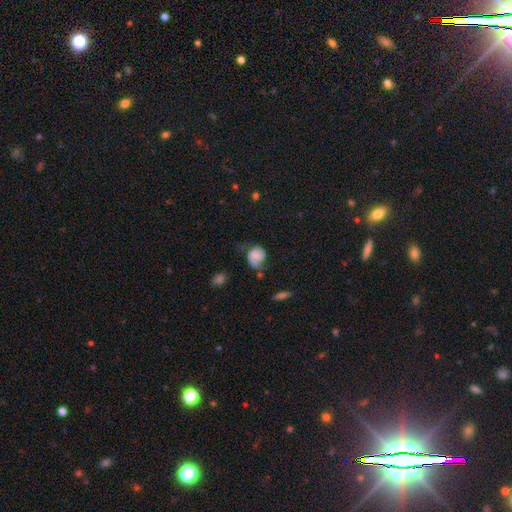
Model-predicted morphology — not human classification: Q: Smooth or featured?
A: smooth (55%); runner-up: featured or disk (35%)
Q: How rounded?
A: round (52%); runner-up: in between (47%)
Q: Merging?
A: none (40%); runner-up: minor disturbance (34%)